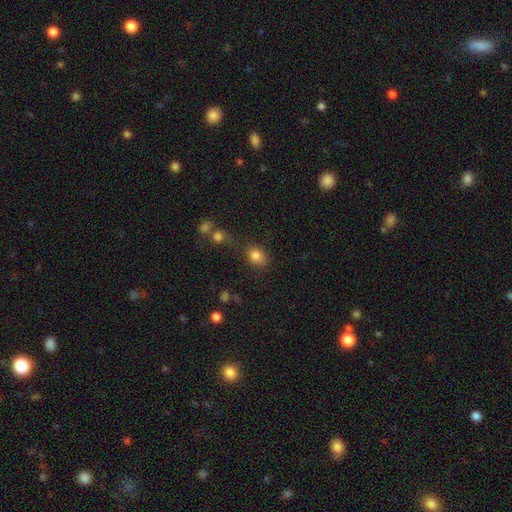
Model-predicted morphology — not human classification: Overall: smooth (82%). How rounded: in between (57%; round 41%). Merging: none (62%).